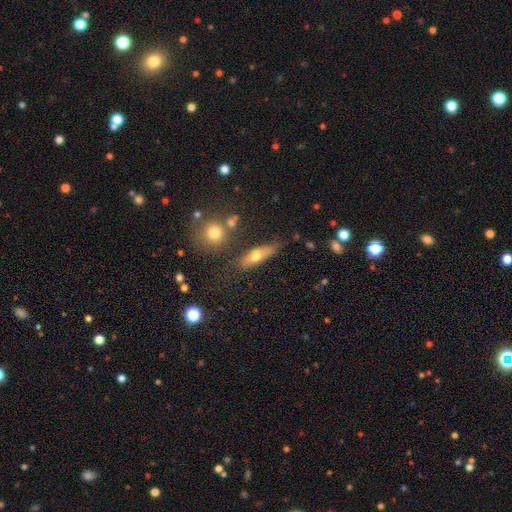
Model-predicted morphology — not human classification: The model was most divided on "how rounded": in between: 49%, cigar-shaped: 45%, round: 6%. More confident: merging — none (67%); smooth or featured — smooth (61%).